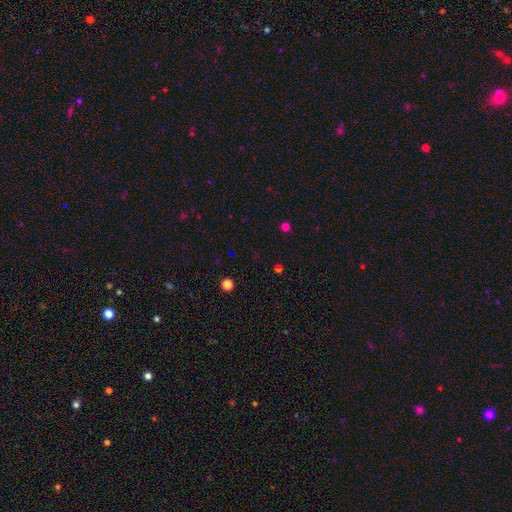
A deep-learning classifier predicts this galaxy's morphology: Smooth or featured?
  - star or artifact: 58% *
  - smooth: 35%
  - featured or disk: 7%